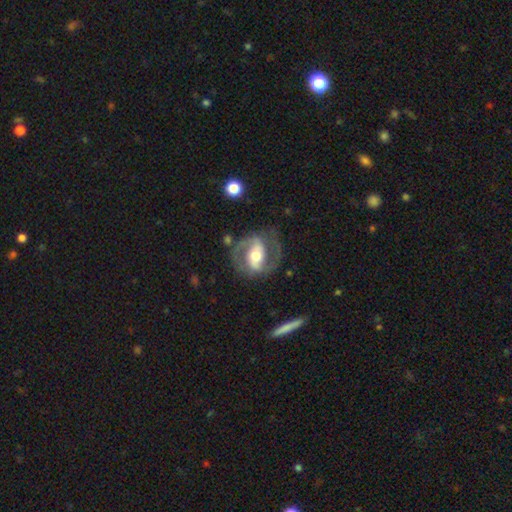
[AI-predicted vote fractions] Morphology: type=featured or disk (84%); edge-on=no (97%); bar=strong (46%); spiral arms=yes (91%); winding=medium (56%); arm count=2 (90%); bulge=moderate (67%); merging=none (73%).